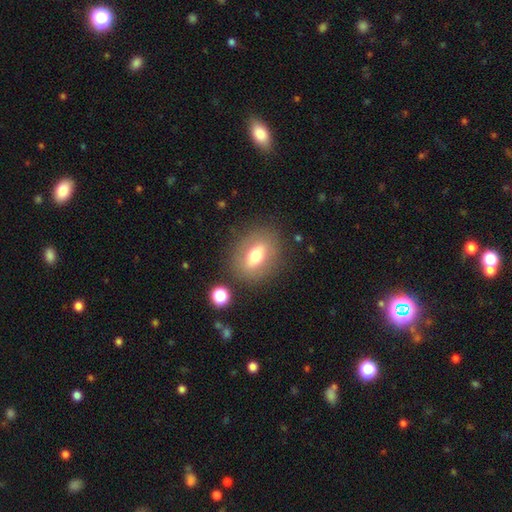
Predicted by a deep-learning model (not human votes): Smooth or featured?
  - smooth: 63% *
  - featured or disk: 28%
  - star or artifact: 9%
How rounded?
  - in between: 68% *
  - round: 28%
  - cigar-shaped: 4%
Merging?
  - none: 81% *
  - minor disturbance: 11%
  - major disturbance: 5%
  - merger: 3%